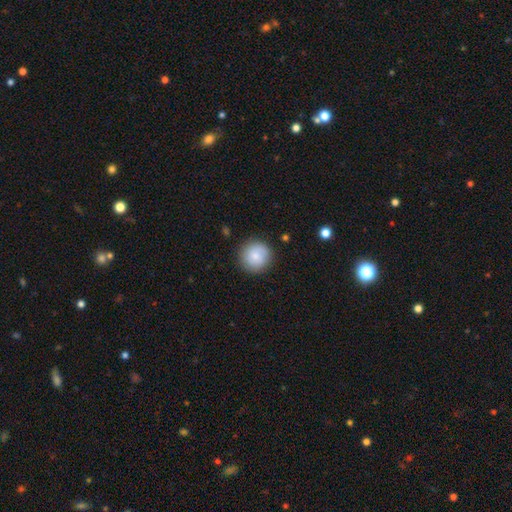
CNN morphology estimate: Q: Smooth or featured?
A: smooth (83%); runner-up: featured or disk (10%)
Q: How rounded?
A: round (94%); runner-up: in between (6%)
Q: Merging?
A: none (88%); runner-up: minor disturbance (9%)